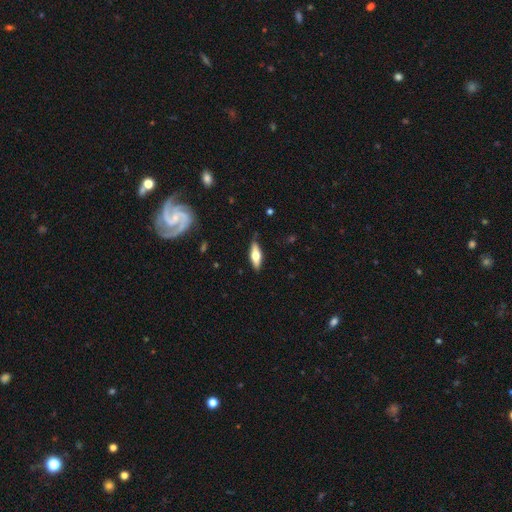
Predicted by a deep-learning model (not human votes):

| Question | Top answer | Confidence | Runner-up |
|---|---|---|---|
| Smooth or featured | smooth | 50% | featured or disk (45%) |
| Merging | none | 83% | minor disturbance (13%) |